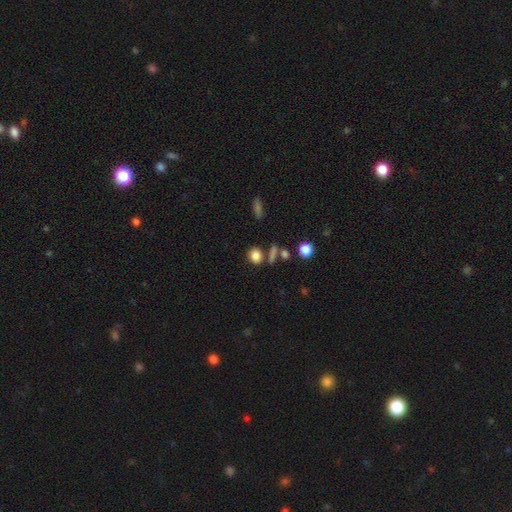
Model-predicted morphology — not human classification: Smooth or featured?
  - smooth: 83% *
  - star or artifact: 12%
  - featured or disk: 6%
How rounded?
  - round: 68% *
  - in between: 29%
  - cigar-shaped: 3%
Merging?
  - none: 73% *
  - merger: 12%
  - minor disturbance: 11%
  - major disturbance: 4%